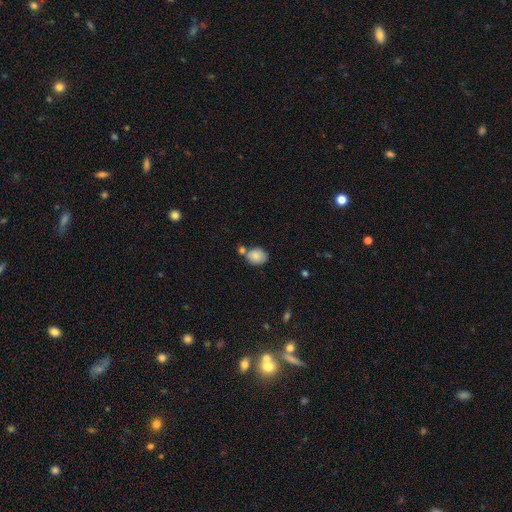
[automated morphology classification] Smooth or featured? Predicted: smooth (p=0.84). How rounded? Predicted: round (p=0.50). Merging? Predicted: none (p=0.56).